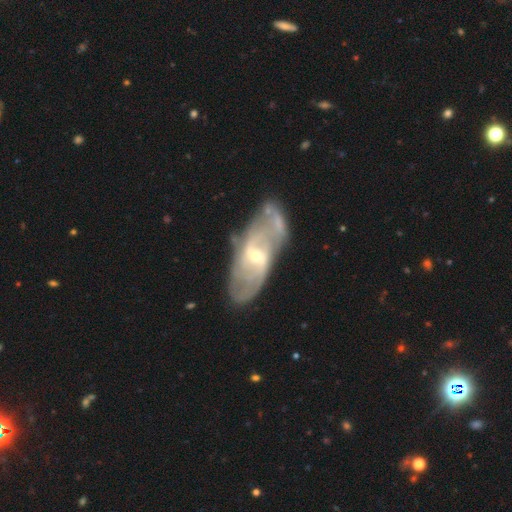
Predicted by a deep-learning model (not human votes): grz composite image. It shows a featured or disk galaxy (78%) with a weak bar (53%), 2 (44%) medium (40%) spiral arms (79%) and a small central bulge (57%). Merging: none (64%).